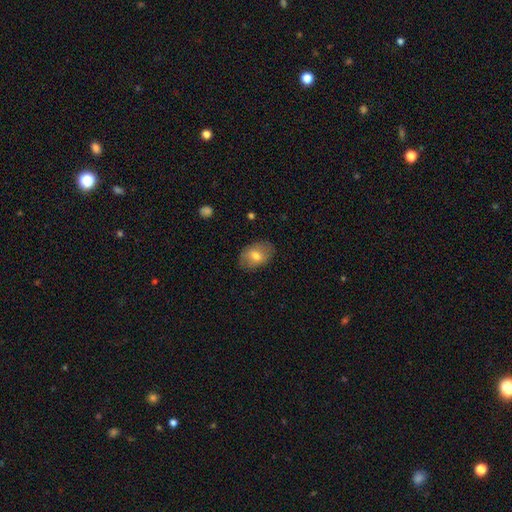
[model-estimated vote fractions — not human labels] Q: Smooth or featured?
A: smooth (70%); runner-up: featured or disk (22%)
Q: How rounded?
A: in between (82%); runner-up: round (17%)
Q: Merging?
A: none (81%); runner-up: minor disturbance (15%)